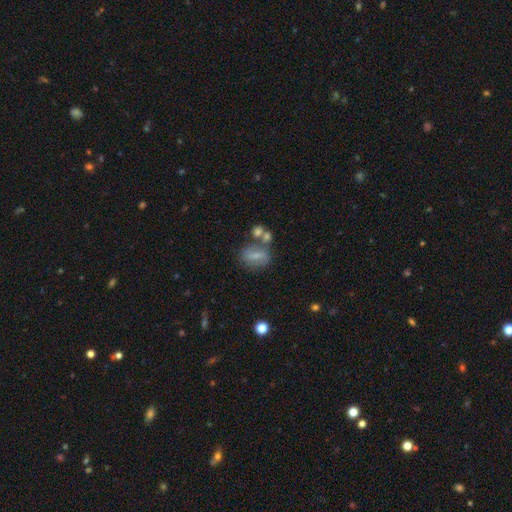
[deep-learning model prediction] smooth 62%, featured or disk 27%, star or artifact 11%. Down the decision tree: how rounded — in between (66%); merging — none (49%).